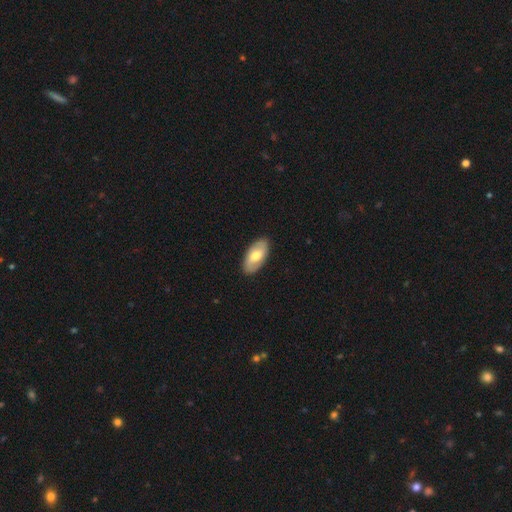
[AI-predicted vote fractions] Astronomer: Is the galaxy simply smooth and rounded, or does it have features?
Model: smooth — 61%.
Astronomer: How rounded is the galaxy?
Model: in between — 94%.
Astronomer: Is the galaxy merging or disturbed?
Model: none — 89%.